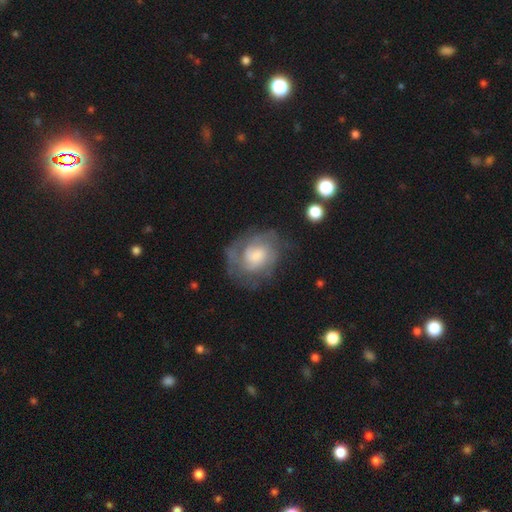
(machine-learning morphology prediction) Smooth or featured: featured or disk — 69% (smooth — 23%)
Edge-on disk: no — 97% (yes — 3%)
Bar: no — 68% (weak — 28%)
Spiral arms: yes — 86% (no — 14%)
Spiral winding: tight — 53% (medium — 36%)
Spiral arm count: can't tell — 40% (2 — 29%)
Bulge size: moderate — 39% (small — 26%)
Merging: none — 65% (minor disturbance — 20%)